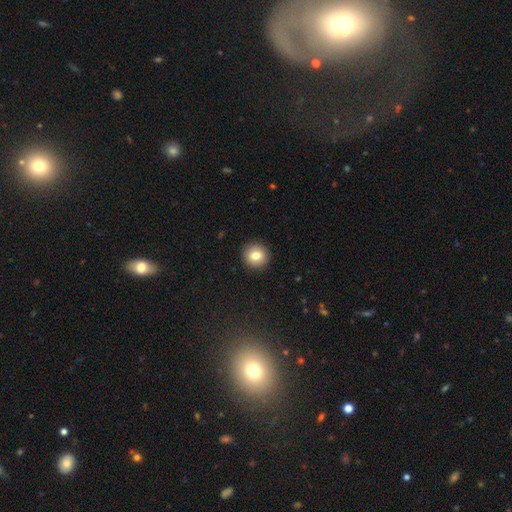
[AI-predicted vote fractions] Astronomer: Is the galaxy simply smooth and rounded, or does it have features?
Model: smooth — 81%.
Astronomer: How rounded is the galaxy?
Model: round — 92%.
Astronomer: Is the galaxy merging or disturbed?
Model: none — 93%.